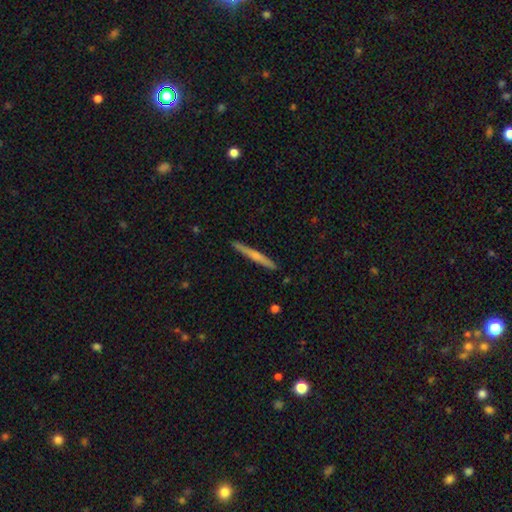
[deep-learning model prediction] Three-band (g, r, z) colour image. It shows a smooth galaxy with no disk features (49%). Merging: none (91%).